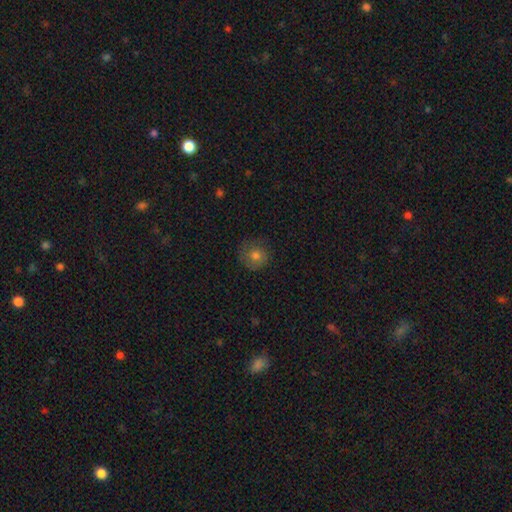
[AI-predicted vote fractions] smooth_or_featured: smooth (p=0.72) [alt: featured or disk p=0.16]
how_rounded: round (p=0.91) [alt: in between p=0.08]
merging: none (p=0.75) [alt: minor disturbance p=0.17]